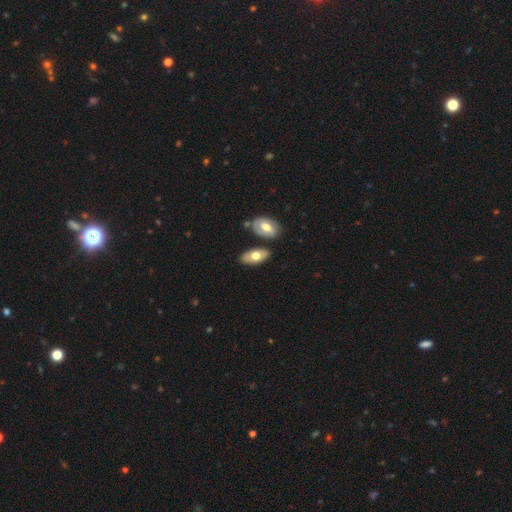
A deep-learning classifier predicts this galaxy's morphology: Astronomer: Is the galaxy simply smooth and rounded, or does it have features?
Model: smooth — 67%.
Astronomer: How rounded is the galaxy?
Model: in between — 92%.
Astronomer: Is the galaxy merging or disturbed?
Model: none — 72%.